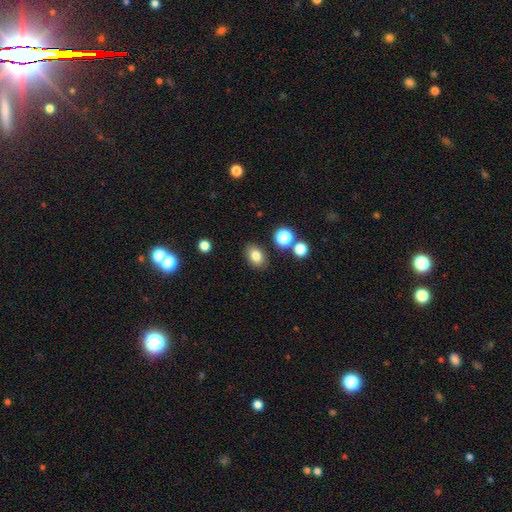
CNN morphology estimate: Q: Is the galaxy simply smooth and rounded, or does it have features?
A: smooth — 81%.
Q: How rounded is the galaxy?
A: in between — 77%.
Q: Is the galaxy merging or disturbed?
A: none — 84%.